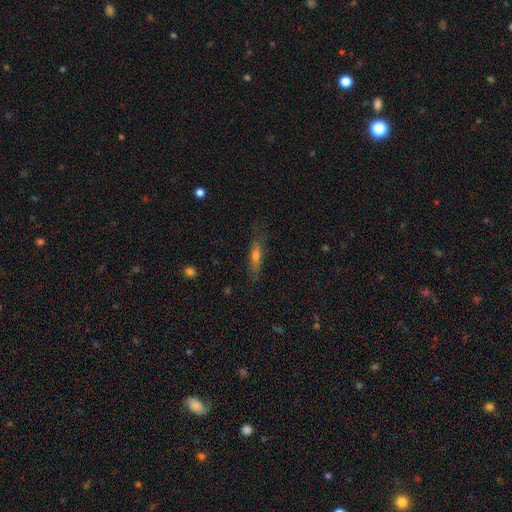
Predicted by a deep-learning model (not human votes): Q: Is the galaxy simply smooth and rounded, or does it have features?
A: smooth — 50%.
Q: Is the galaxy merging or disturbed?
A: none — 77%.